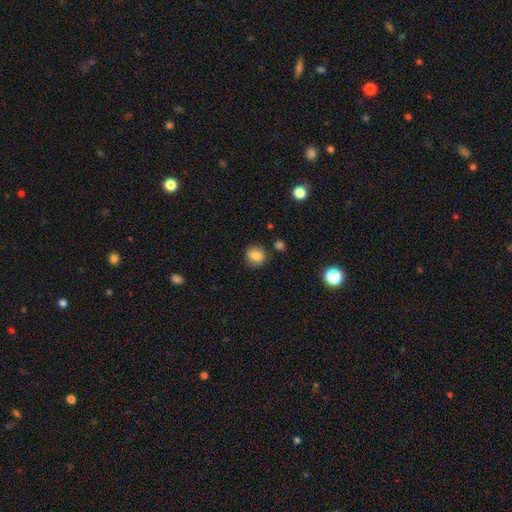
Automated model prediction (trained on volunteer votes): smooth-or-featured: smooth: 83% | star or artifact: 10% | featured or disk: 7%
  how-rounded: round: 82% | in between: 17% | cigar-shaped: 1%
  merging: none: 82% | minor disturbance: 11% | merger: 3% | major disturbance: 3%